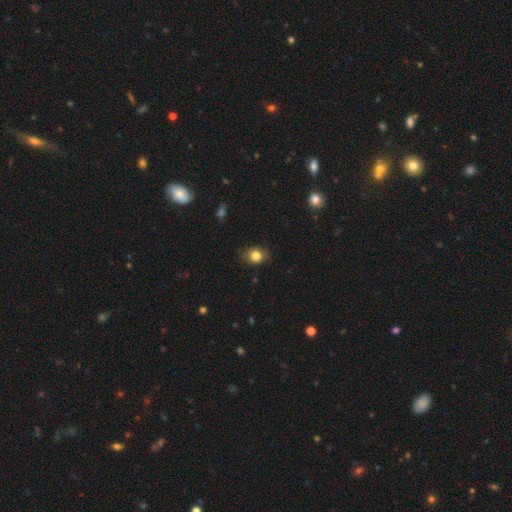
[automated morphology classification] type=smooth (82%); roundness=round (50%); merging=none (81%).